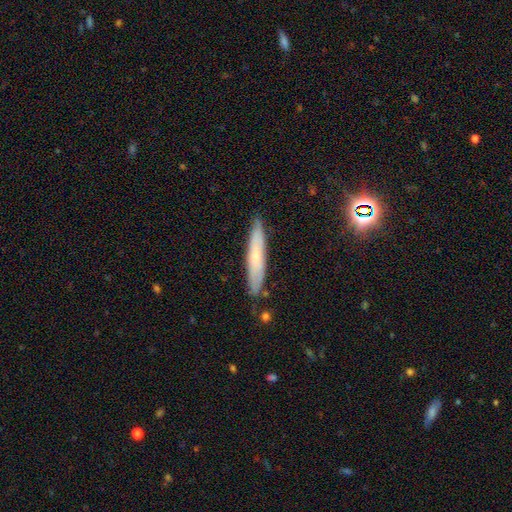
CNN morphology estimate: smooth 57%, featured or disk 34%, star or artifact 9%. Down the decision tree: how rounded — cigar-shaped (91%); merging — none (85%).